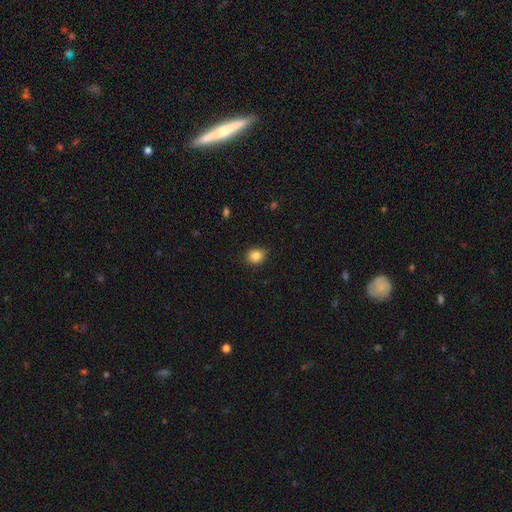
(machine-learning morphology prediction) Smooth or featured? smooth (86%)
How rounded? round (64%)
Merging? none (85%)